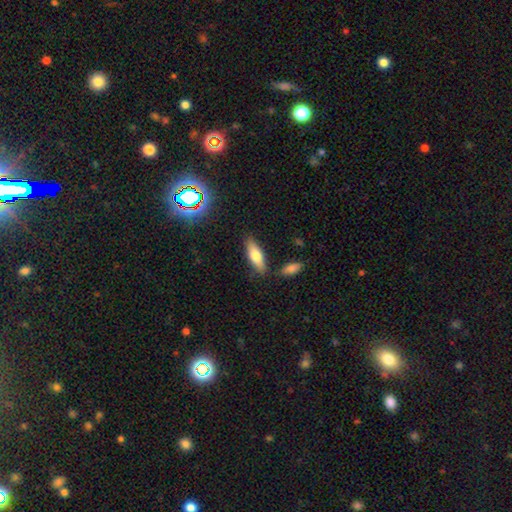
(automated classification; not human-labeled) A smooth galaxy with no disk features (67%) that is in between round and cigar-shaped (57%). Merging: none (80%).